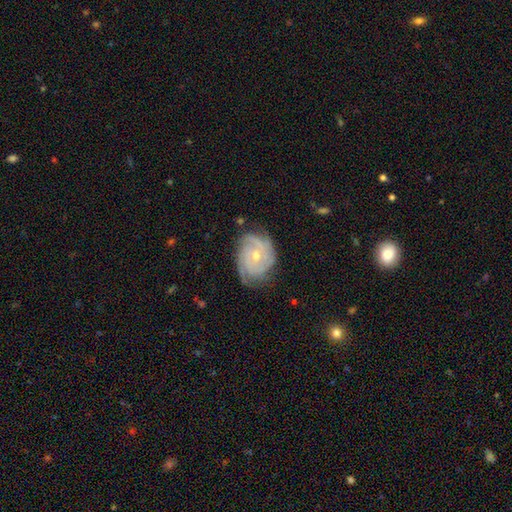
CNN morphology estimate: A featured or disk galaxy (87%) with no bar (72%), 3 (39%) tight (71%) spiral arms (97%) and a small central bulge (55%). Merging: none (73%).